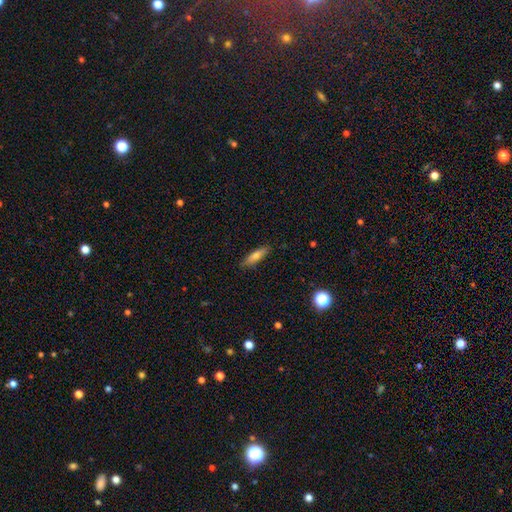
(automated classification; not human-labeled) A smooth galaxy with no disk features (72%) that is cigar-shaped (65%). Merging: none (88%).